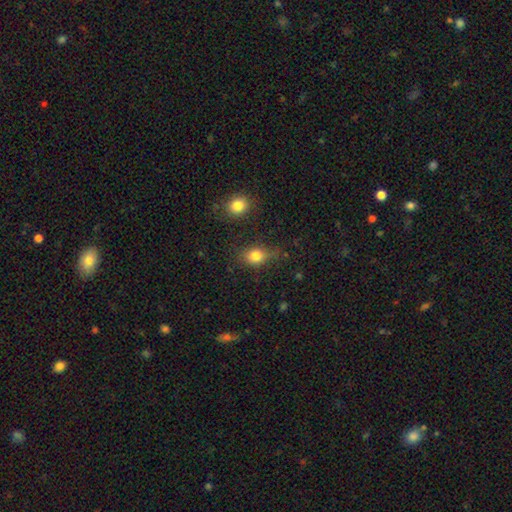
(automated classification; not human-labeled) smooth_or_featured: smooth (p=0.79) [alt: star or artifact p=0.12]
how_rounded: in between (p=0.52) [alt: round p=0.46]
merging: none (p=0.66) [alt: minor disturbance p=0.22]